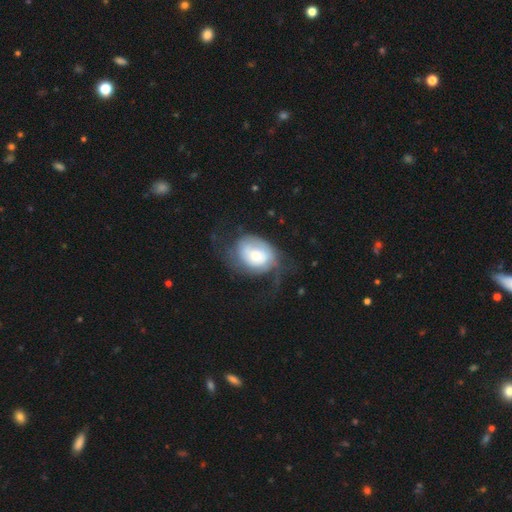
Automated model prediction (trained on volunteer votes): The model was most divided on "merging": none: 39%, major disturbance: 34%, minor disturbance: 25%, merger: 2%. Remaining: edge-on disk — no (96%); bar — no (74%); spiral arms — yes (73%); smooth or featured — featured or disk (53%); bulge size — moderate (44%).